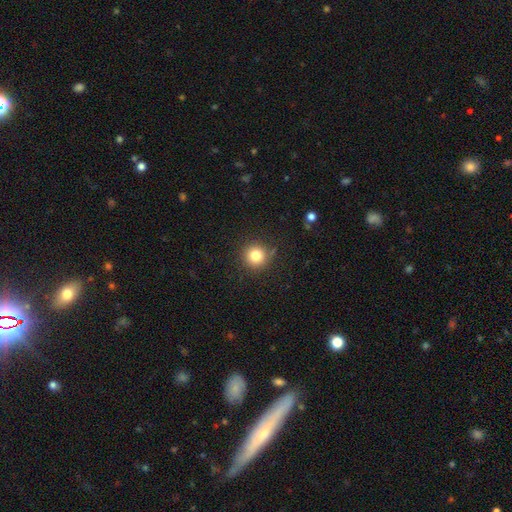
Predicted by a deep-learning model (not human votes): Overall: smooth (81%). How rounded: round (95%). Merging: none (87%).